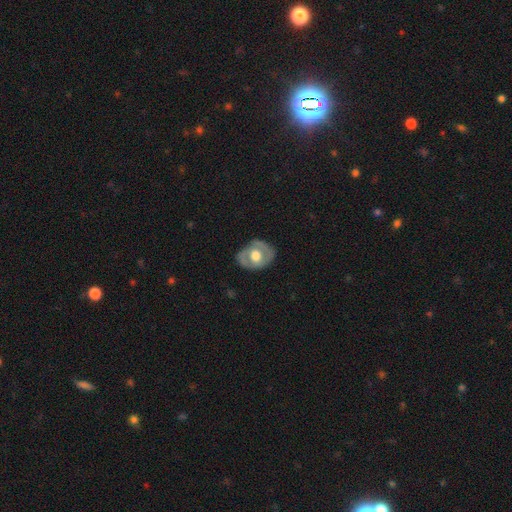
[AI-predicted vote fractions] Smooth or featured: featured or disk — 58% (smooth — 37%)
Edge-on disk: no — 93% (yes — 7%)
Bar: no — 77% (weak — 19%)
Spiral arms: no — 71% (yes — 29%)
Bulge size: moderate — 47% (large — 46%)
Merging: none — 74% (minor disturbance — 19%)